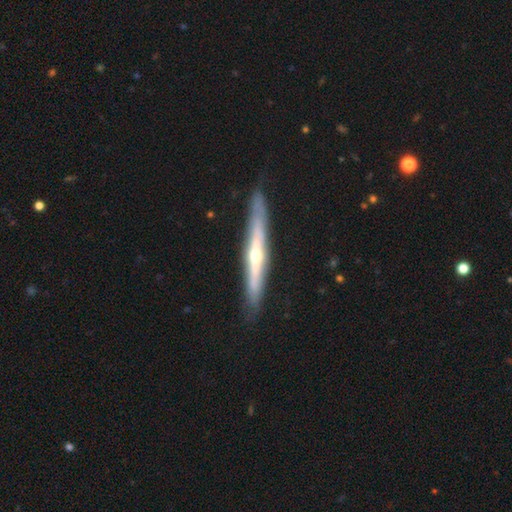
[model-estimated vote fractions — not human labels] Overall: featured or disk (73%). Edge-on disk: yes (94%). Edge-on bulge: rounded (82%). Merging: none (87%).